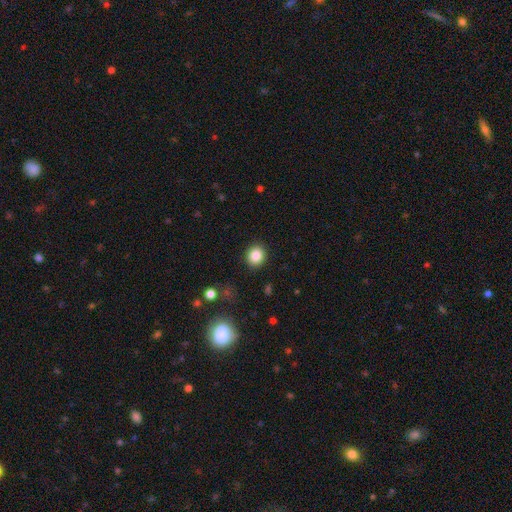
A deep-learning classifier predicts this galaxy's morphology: The model was most divided on "how rounded": round: 76%, in between: 23%, cigar-shaped: 1%. More confident: merging — none (90%); smooth or featured — smooth (85%).